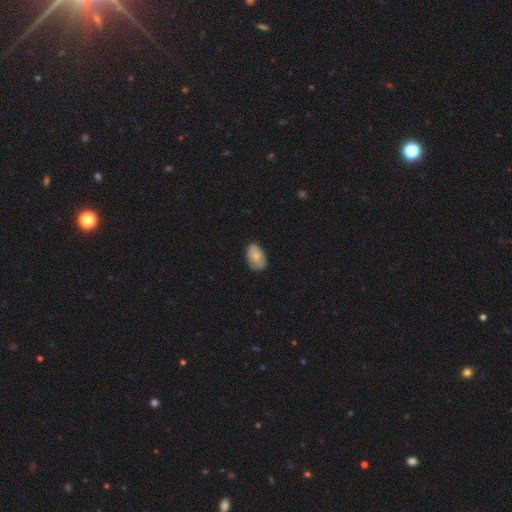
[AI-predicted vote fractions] A smooth galaxy with no disk features (75%) that is in between round and cigar-shaped (89%). Merging: none (70%).